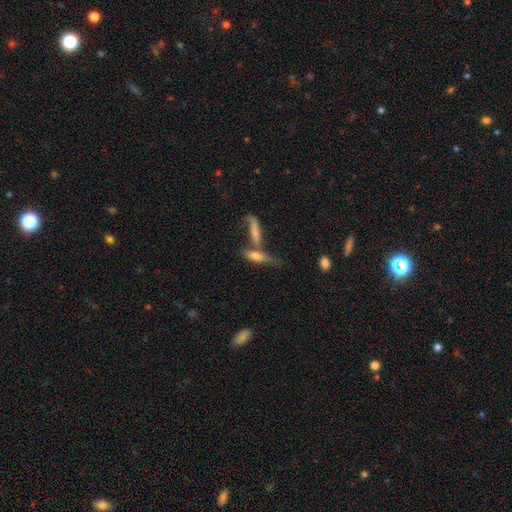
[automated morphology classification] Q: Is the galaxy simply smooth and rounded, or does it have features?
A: smooth — 62%.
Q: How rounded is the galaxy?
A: cigar-shaped — 51%.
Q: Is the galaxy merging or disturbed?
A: merger — 55%.